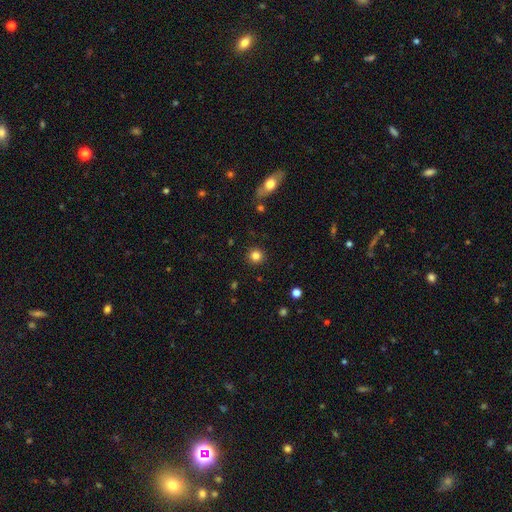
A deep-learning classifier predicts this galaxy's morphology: smooth-or-featured: smooth: 83% | star or artifact: 12% | featured or disk: 5%
  how-rounded: round: 94% | in between: 5% | cigar-shaped: 1%
  merging: none: 91% | minor disturbance: 5% | major disturbance: 2% | merger: 1%